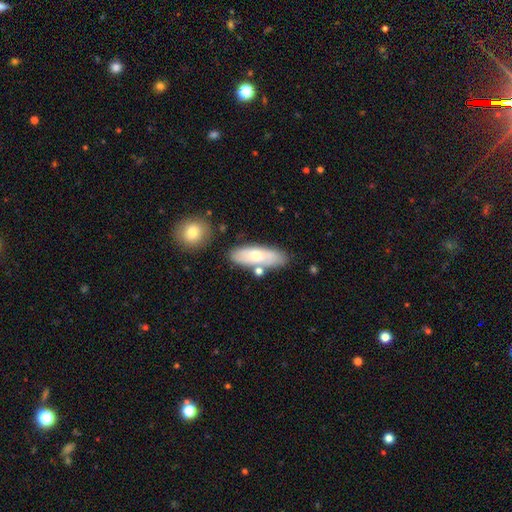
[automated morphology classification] Smooth or featured: smooth — 61% (featured or disk — 34%)
How rounded: in between — 65% (cigar-shaped — 33%)
Merging: none — 72% (minor disturbance — 16%)